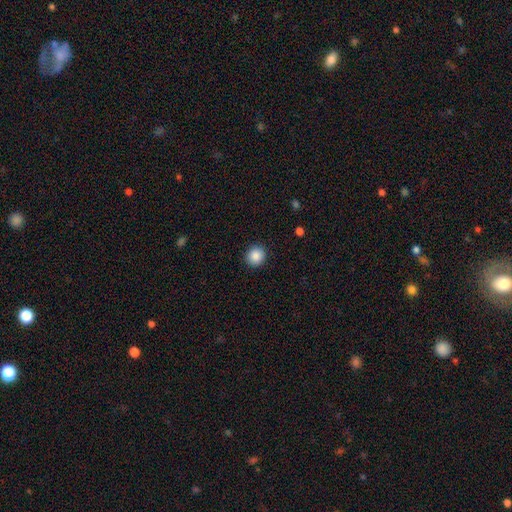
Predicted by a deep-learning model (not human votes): smooth_or_featured: smooth (p=0.88) [alt: star or artifact p=0.09]
how_rounded: round (p=0.89) [alt: in between p=0.10]
merging: none (p=0.91) [alt: minor disturbance p=0.06]